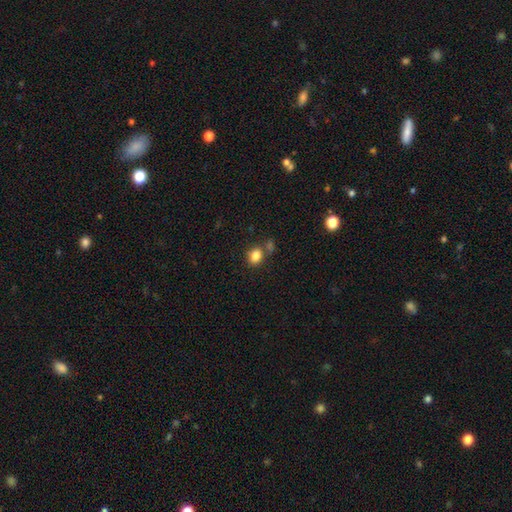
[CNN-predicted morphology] Q: Smooth or featured?
A: smooth (83%); runner-up: star or artifact (11%)
Q: How rounded?
A: round (58%); runner-up: in between (41%)
Q: Merging?
A: none (66%); runner-up: merger (17%)